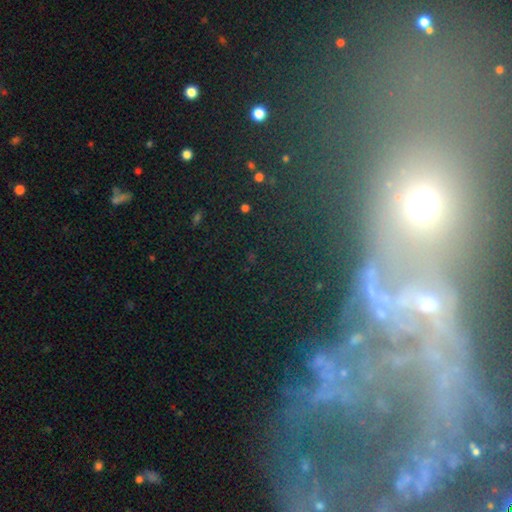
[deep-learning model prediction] Smooth or featured?
  - featured or disk: 54% *
  - star or artifact: 27%
  - smooth: 20%
Edge-on disk?
  - no: 87% *
  - yes: 13%
Merging?
  - none: 56% *
  - major disturbance: 17%
  - merger: 14%
  - minor disturbance: 14%